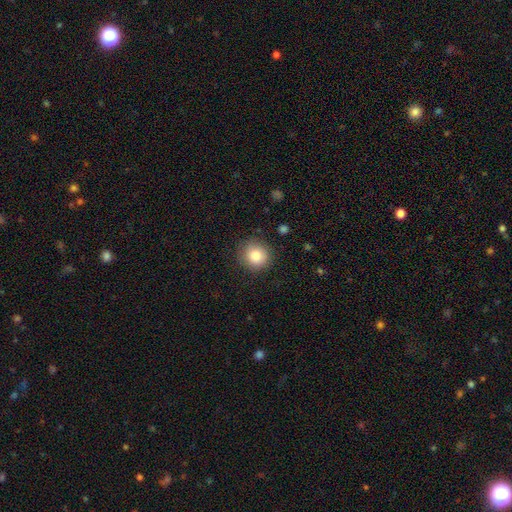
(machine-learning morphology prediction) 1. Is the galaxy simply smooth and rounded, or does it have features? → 84% smooth, 9% star or artifact, 7% featured or disk.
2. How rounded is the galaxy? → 90% round, 9% in between, 1% cigar-shaped.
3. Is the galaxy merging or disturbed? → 85% none, 11% minor disturbance, 3% major disturbance, 1% merger.